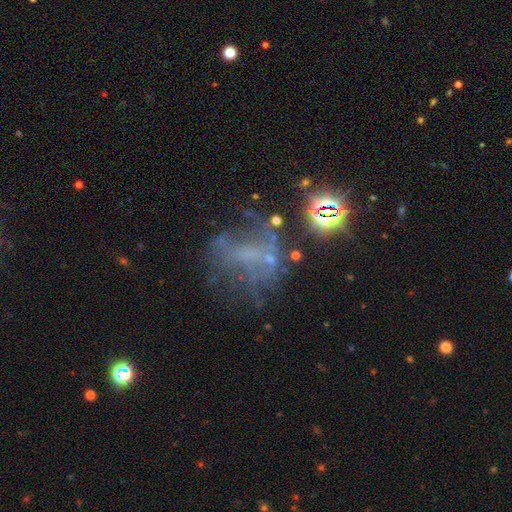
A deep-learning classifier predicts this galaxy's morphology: A featured or disk galaxy (47%).

Vote fractions:
- Smooth or featured? featured or disk: 47% / star or artifact: 33% / smooth: 20%
- Merging? none: 46% / major disturbance: 29% / minor disturbance: 18% / merger: 7%